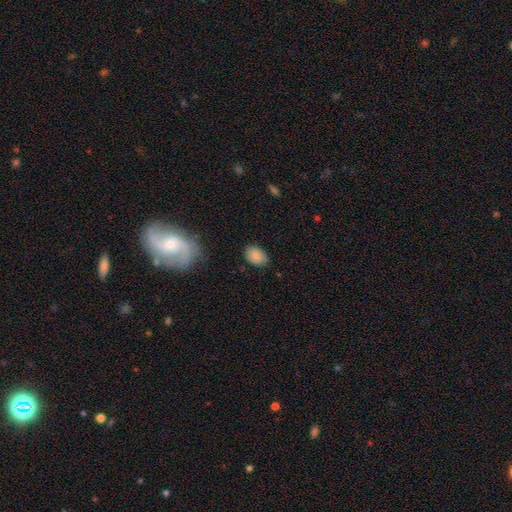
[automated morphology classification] Q: Smooth or featured?
A: smooth (83%); runner-up: star or artifact (8%)
Q: How rounded?
A: in between (82%); runner-up: round (17%)
Q: Merging?
A: none (81%); runner-up: minor disturbance (15%)